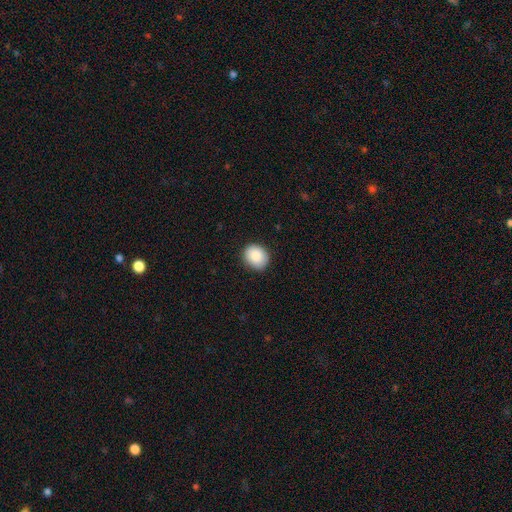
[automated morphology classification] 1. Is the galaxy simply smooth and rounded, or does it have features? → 88% smooth, 8% star or artifact, 5% featured or disk.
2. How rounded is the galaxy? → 66% round, 33% in between, 1% cigar-shaped.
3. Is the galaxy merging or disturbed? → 88% none, 10% minor disturbance, 2% major disturbance, 1% merger.